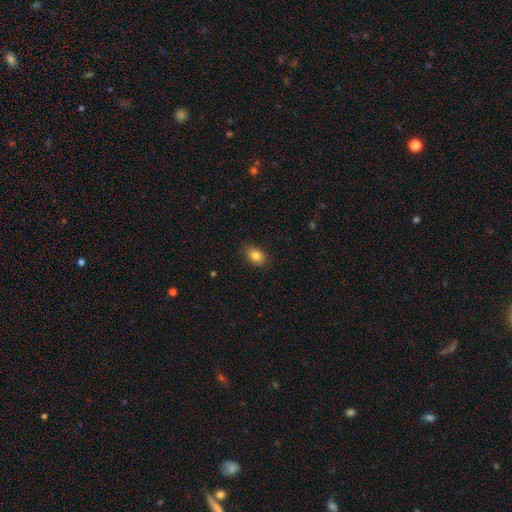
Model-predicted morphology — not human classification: Smooth or featured? smooth (84%)
How rounded? in between (72%)
Merging? none (84%)